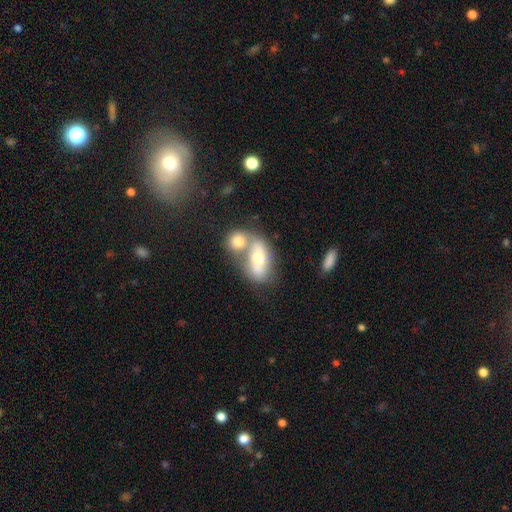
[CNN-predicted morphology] Q: Smooth or featured?
A: smooth (46%); runner-up: featured or disk (42%)
Q: Merging?
A: merger (53%); runner-up: none (32%)